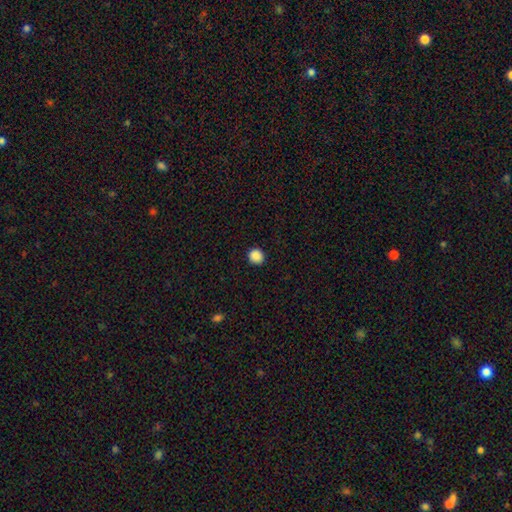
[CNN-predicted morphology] A smooth galaxy with no disk features (88%) that is round (86%).

Vote fractions:
- Smooth or featured? smooth: 88% / star or artifact: 9% / featured or disk: 2%
- How rounded? round: 86% / in between: 13% / cigar-shaped: 1%
- Merging? none: 91% / minor disturbance: 6% / major disturbance: 2% / merger: 1%